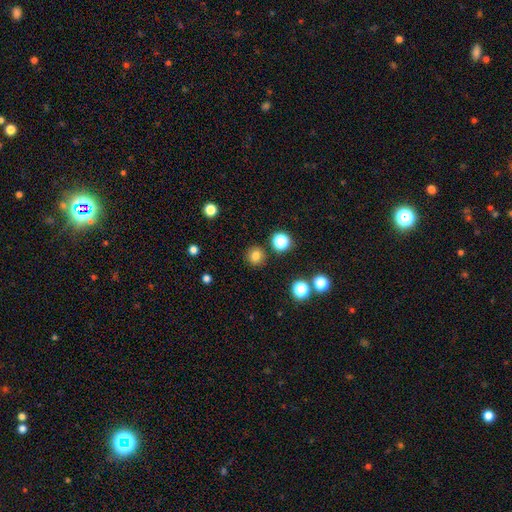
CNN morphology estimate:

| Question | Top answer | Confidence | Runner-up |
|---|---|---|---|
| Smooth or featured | smooth | 79% | star or artifact (15%) |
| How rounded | round | 93% | in between (6%) |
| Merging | none | 89% | minor disturbance (6%) |